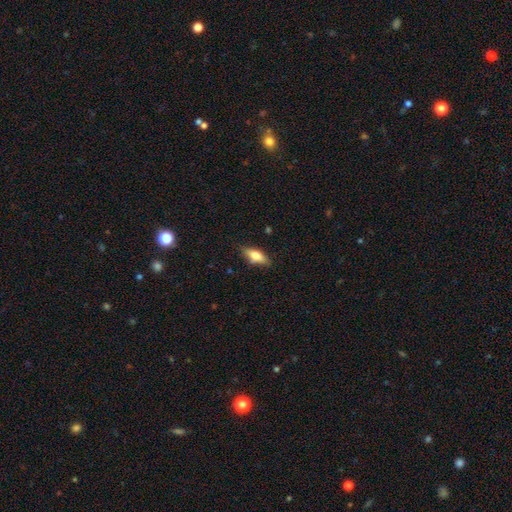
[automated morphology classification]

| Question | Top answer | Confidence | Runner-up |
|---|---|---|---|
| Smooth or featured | smooth | 64% | featured or disk (29%) |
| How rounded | in between | 66% | cigar-shaped (31%) |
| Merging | none | 81% | minor disturbance (14%) |